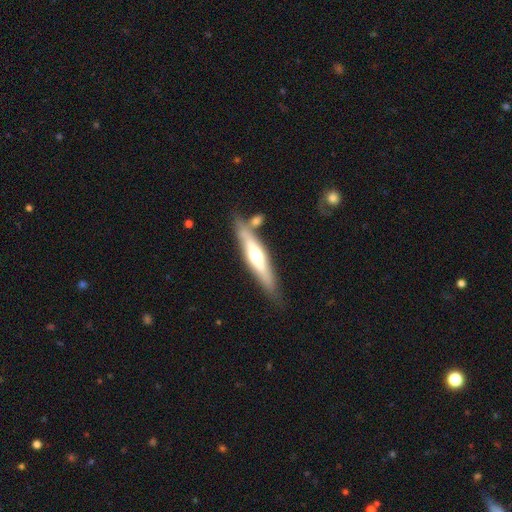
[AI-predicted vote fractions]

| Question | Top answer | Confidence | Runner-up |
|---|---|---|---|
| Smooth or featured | featured or disk | 59% | smooth (36%) |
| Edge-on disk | yes | 88% | no (12%) |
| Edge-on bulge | rounded | 87% | none (7%) |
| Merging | none | 71% | minor disturbance (14%) |